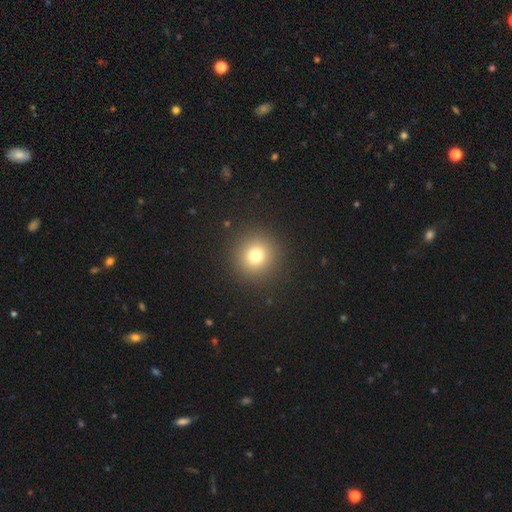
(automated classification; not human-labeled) smooth-or-featured: smooth: 76% | star or artifact: 15% | featured or disk: 9%
  how-rounded: round: 94% | in between: 5% | cigar-shaped: 1%
  merging: none: 91% | minor disturbance: 5% | major disturbance: 3% | merger: 1%